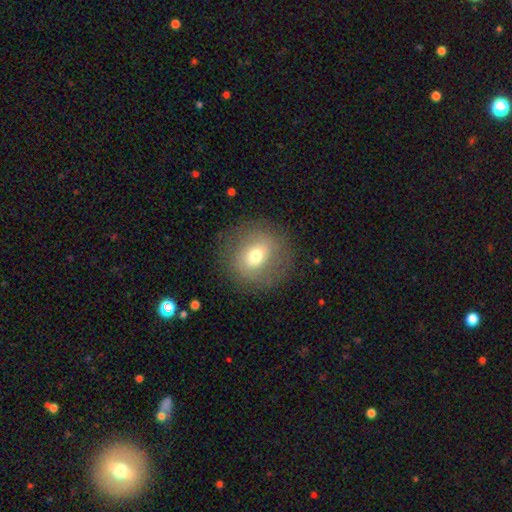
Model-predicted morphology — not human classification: Smooth or featured?
  - smooth: 63% *
  - featured or disk: 25%
  - star or artifact: 12%
How rounded?
  - round: 82% *
  - in between: 17%
  - cigar-shaped: 1%
Merging?
  - none: 81% *
  - minor disturbance: 11%
  - major disturbance: 6%
  - merger: 1%